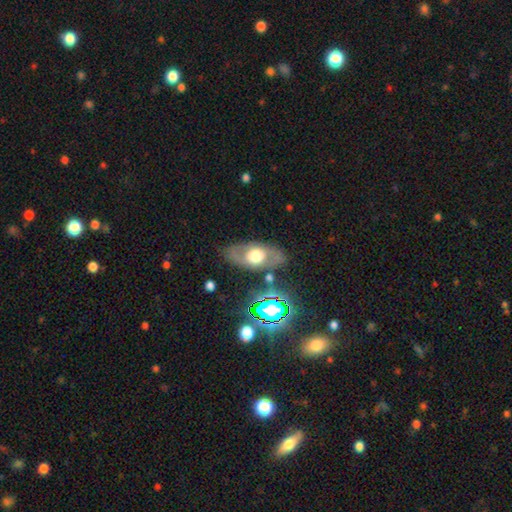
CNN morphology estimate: A featured or disk galaxy (54%).

Vote fractions:
- Smooth or featured? featured or disk: 54% / smooth: 37% / star or artifact: 9%
- Edge-on disk? no: 81% / yes: 19%
- Merging? none: 77% / minor disturbance: 14% / major disturbance: 5% / merger: 3%